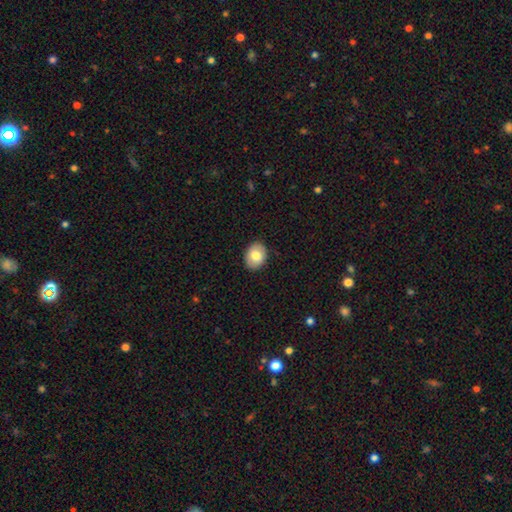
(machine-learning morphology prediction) Smooth or featured?
  - smooth: 79% *
  - featured or disk: 14%
  - star or artifact: 7%
How rounded?
  - in between: 63% *
  - round: 36%
  - cigar-shaped: 1%
Merging?
  - none: 89% *
  - minor disturbance: 8%
  - major disturbance: 2%
  - merger: 1%